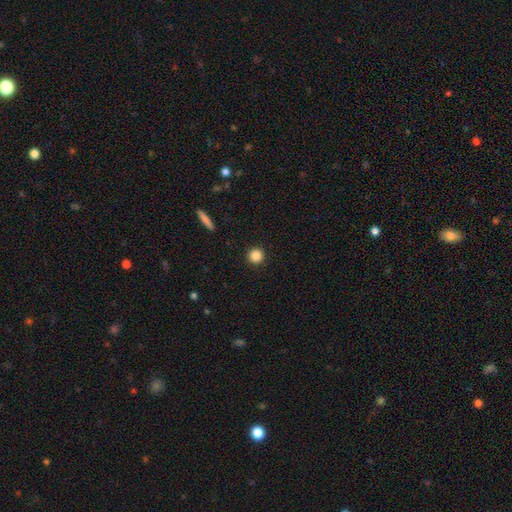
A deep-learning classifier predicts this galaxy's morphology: A smooth galaxy with no disk features (86%) that is round (96%). Merging: none (93%).